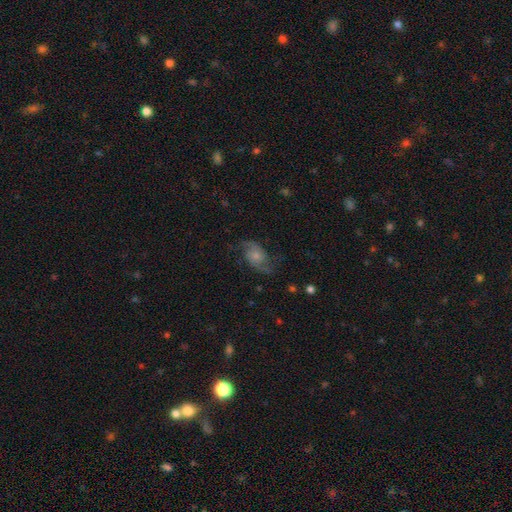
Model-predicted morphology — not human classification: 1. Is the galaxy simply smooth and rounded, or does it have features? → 77% featured or disk, 15% smooth, 8% star or artifact.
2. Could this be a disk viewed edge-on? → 97% no, 3% yes.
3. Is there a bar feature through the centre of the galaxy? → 70% no, 26% weak, 4% strong.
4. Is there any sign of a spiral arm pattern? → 95% yes, 5% no.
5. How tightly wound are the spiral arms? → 51% loose, 40% medium, 10% tight.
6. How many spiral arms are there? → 92% 2, 3% can't tell, 2% 1, 1% 3, 1% 4, 1% more than 4.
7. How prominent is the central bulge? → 46% small, 33% moderate, 12% none, 7% large, 2% dominant.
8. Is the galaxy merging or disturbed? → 70% none, 17% minor disturbance, 11% major disturbance, 1% merger.